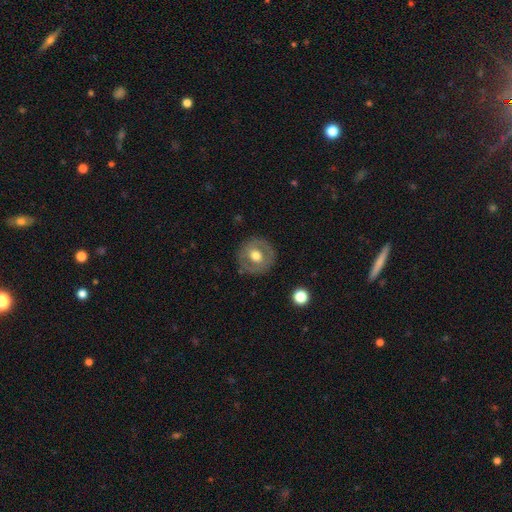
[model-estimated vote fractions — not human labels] The model was most divided on "smooth or featured": smooth: 48%, featured or disk: 45%, star or artifact: 7%. More confident: merging — none (84%).